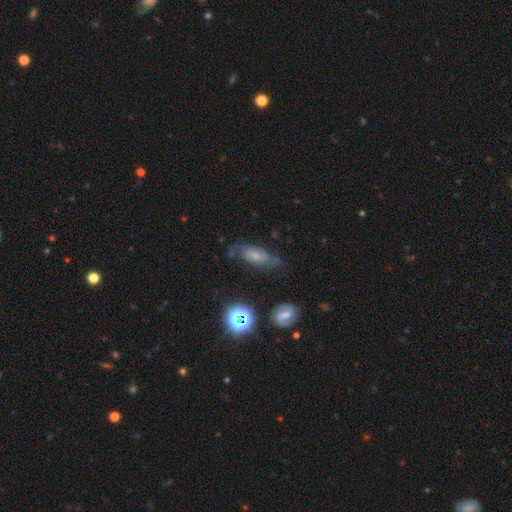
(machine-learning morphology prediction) smooth_or_featured: featured or disk (p=0.50) [alt: smooth p=0.37]
merging: none (p=0.58) [alt: minor disturbance p=0.25]